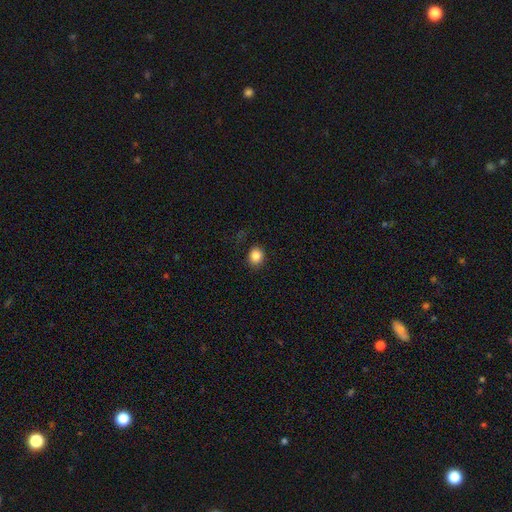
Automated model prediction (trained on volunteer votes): A smooth galaxy with no disk features (85%) that is round (60%). Merging: none (84%).